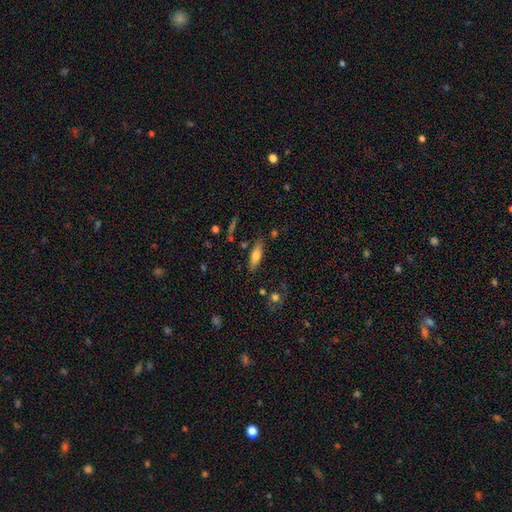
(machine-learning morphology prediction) This is likely a smooth galaxy (69%). How rounded: possibly cigar-shaped (50%). Merging: likely none (78%).